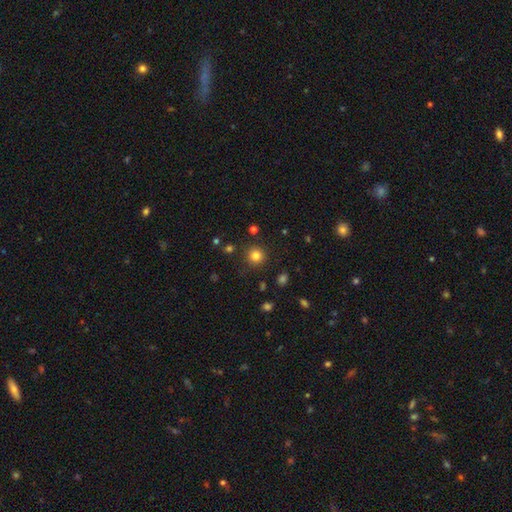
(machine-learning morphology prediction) smooth 81%, star or artifact 14%, featured or disk 6%. Down the decision tree: how rounded — round (94%); merging — none (90%).